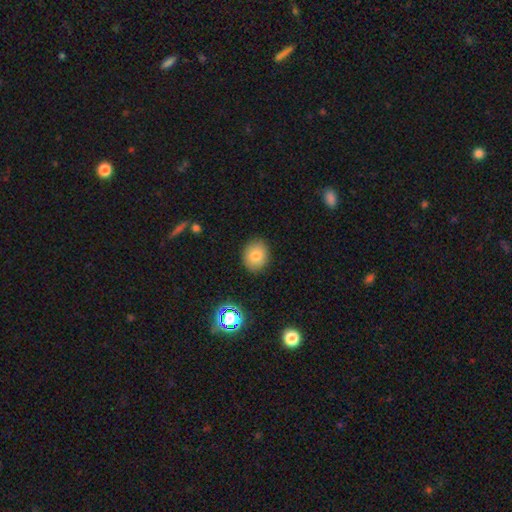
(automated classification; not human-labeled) A smooth galaxy with no disk features (80%) that is round (64%).

Vote fractions:
- Smooth or featured? smooth: 80% / star or artifact: 11% / featured or disk: 9%
- How rounded? round: 64% / in between: 35% / cigar-shaped: 1%
- Merging? none: 88% / minor disturbance: 9% / major disturbance: 2% / merger: 1%